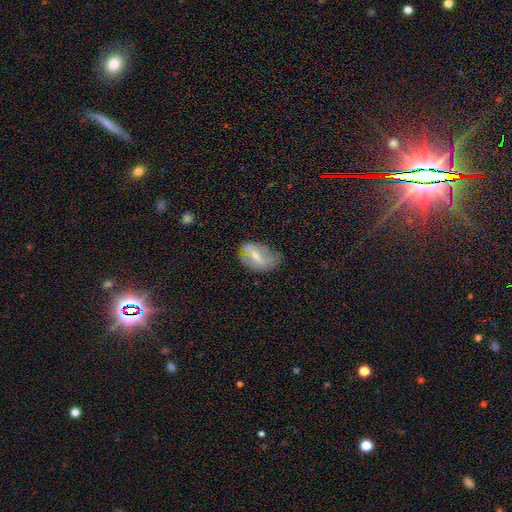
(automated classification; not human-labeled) A smooth galaxy with no disk features (47%). Merging: none (51%).